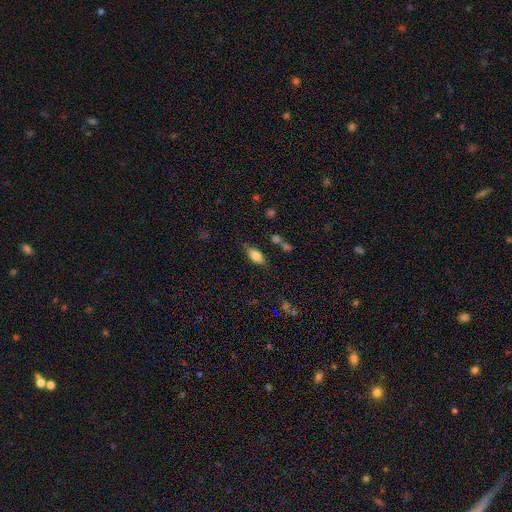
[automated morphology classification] This appears to be a smooth galaxy with no disk features (81%) that is in between round and cigar-shaped (87%). Merging: none (73%).